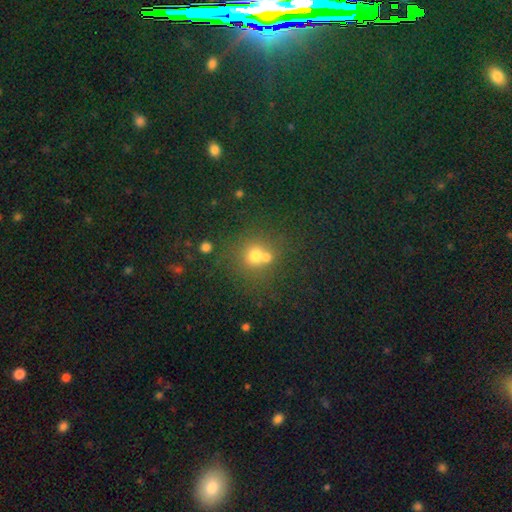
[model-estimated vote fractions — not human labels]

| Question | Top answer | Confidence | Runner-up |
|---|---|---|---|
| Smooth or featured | smooth | 67% | star or artifact (19%) |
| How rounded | round | 85% | in between (14%) |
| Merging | none | 47% | merger (42%) |